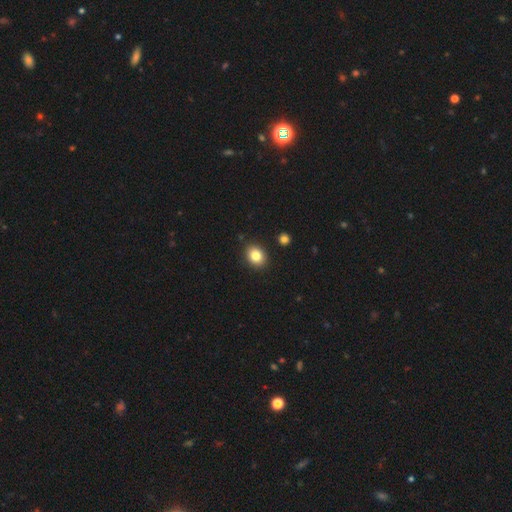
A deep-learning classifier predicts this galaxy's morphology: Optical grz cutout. It shows a smooth galaxy with no disk features (84%) that is round (52%). Merging: none (89%).